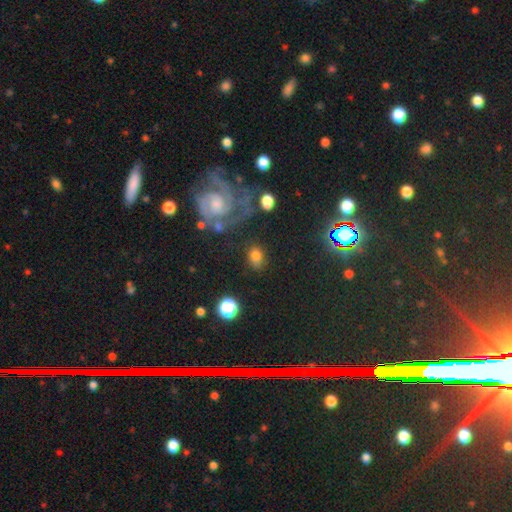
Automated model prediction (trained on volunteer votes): Overall: smooth (62%). How rounded: in between (60%; round 38%). Merging: none (70%).